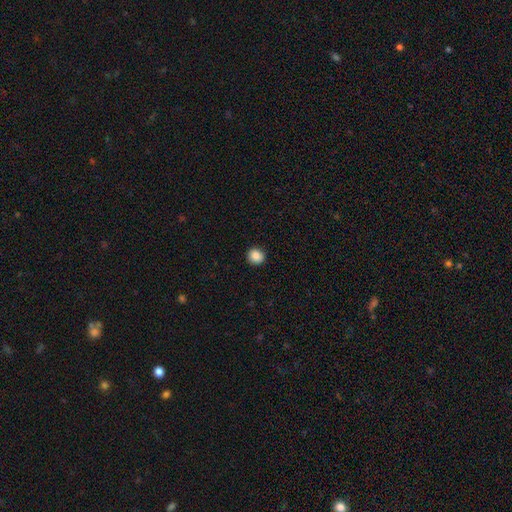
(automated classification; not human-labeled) smooth 86%, star or artifact 9%, featured or disk 4%. Down the decision tree: how rounded — round (90%); merging — none (92%).